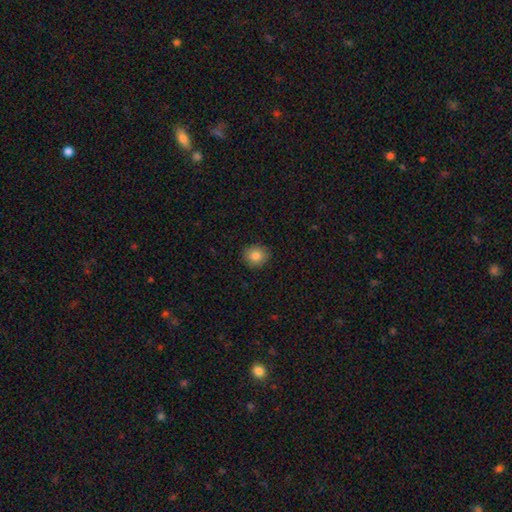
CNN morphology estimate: smooth_or_featured: smooth (p=0.84) [alt: star or artifact p=0.10]
how_rounded: round (p=0.81) [alt: in between p=0.18]
merging: none (p=0.89) [alt: minor disturbance p=0.08]